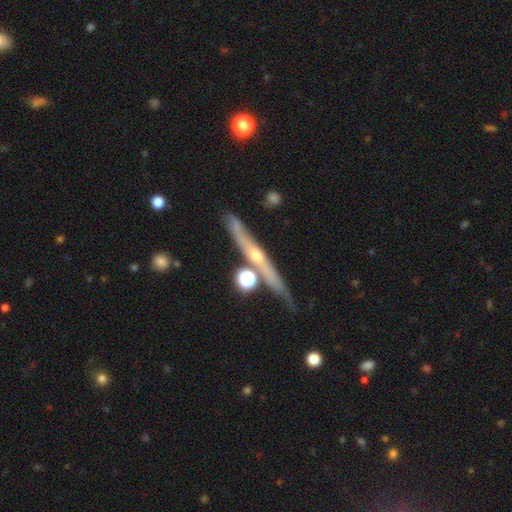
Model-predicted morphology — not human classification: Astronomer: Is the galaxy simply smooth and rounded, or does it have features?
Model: featured or disk — 72%.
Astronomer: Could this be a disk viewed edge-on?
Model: yes — 94%.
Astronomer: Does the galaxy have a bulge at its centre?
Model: rounded — 70%.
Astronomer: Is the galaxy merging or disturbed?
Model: none — 78%.